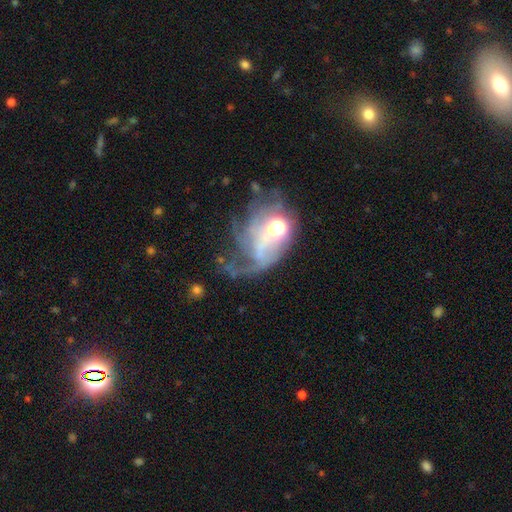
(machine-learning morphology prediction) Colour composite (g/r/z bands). It shows a featured or disk galaxy (57%) with no bar (73%), no spiral arms (60%) and a moderate central bulge (46%). Merging: major disturbance (51%).